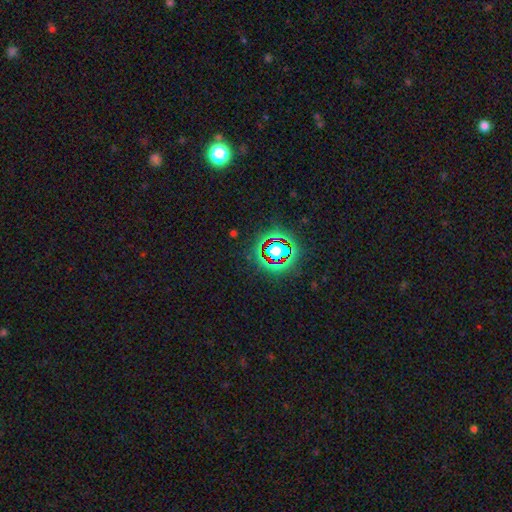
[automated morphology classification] Smooth or featured? star or artifact (80%)